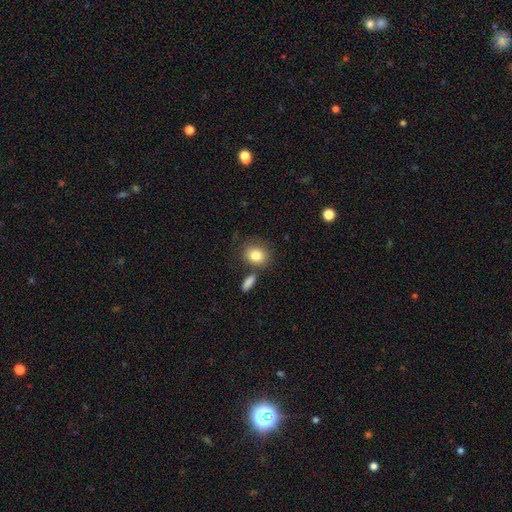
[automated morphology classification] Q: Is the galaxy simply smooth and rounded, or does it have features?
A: smooth — 83%.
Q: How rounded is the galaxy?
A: round — 67%.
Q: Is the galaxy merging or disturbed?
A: none — 70%.